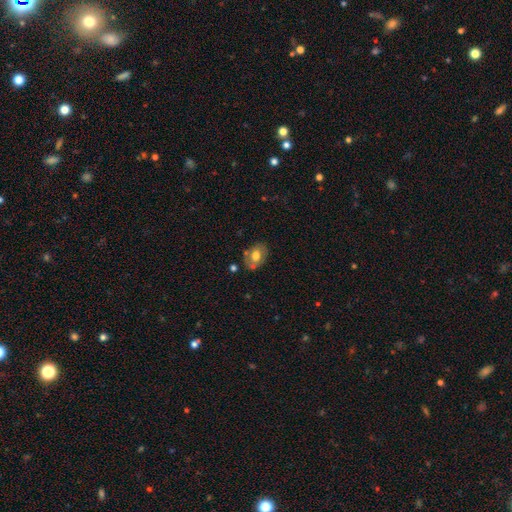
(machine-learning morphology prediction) This appears to be a smooth galaxy with no disk features (61%) that is in between round and cigar-shaped (74%). Merging: none (70%).